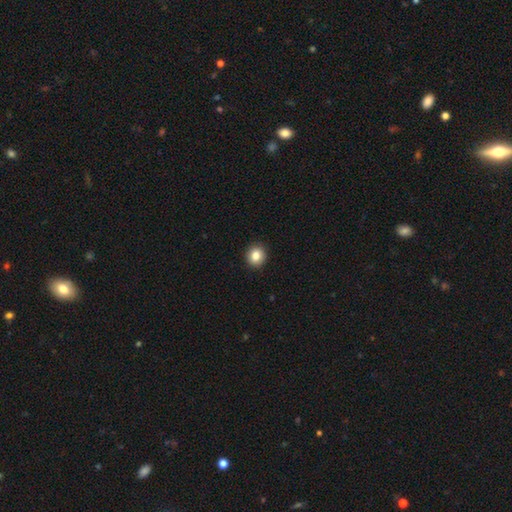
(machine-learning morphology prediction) type=smooth (84%); roundness=round (88%); merging=none (92%).